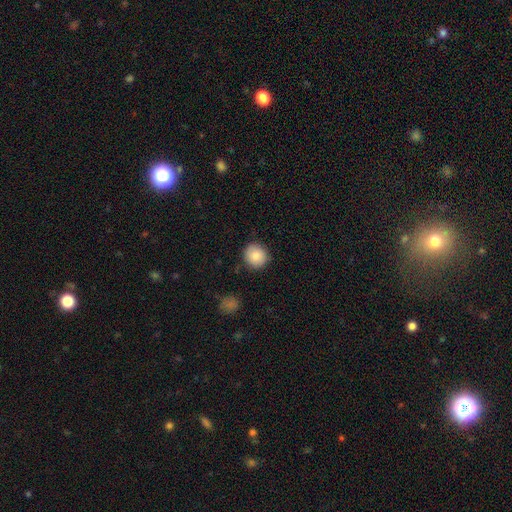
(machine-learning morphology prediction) The model was most divided on "how rounded": round: 88%, in between: 11%, cigar-shaped: 1%. More confident: merging — none (88%); smooth or featured — smooth (87%).